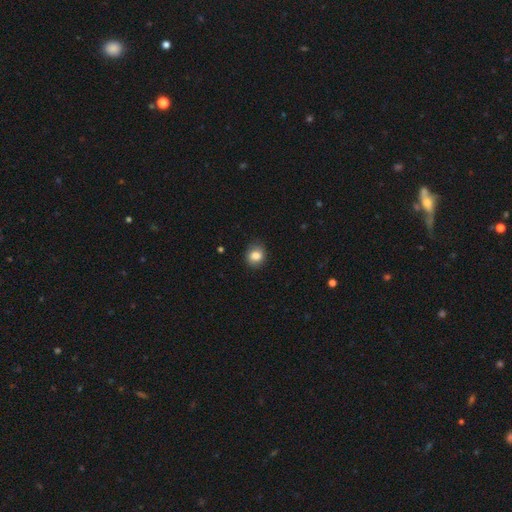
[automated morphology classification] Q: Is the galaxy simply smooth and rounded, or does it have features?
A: smooth — 81%.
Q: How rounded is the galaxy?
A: round — 61%.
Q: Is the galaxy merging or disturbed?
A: none — 79%.